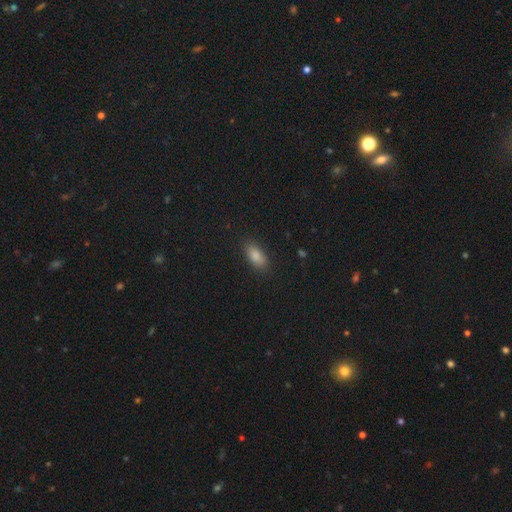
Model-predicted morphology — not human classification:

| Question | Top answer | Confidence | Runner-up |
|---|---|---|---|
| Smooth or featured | smooth | 84% | star or artifact (9%) |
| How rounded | in between | 87% | cigar-shaped (8%) |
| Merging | none | 82% | minor disturbance (13%) |